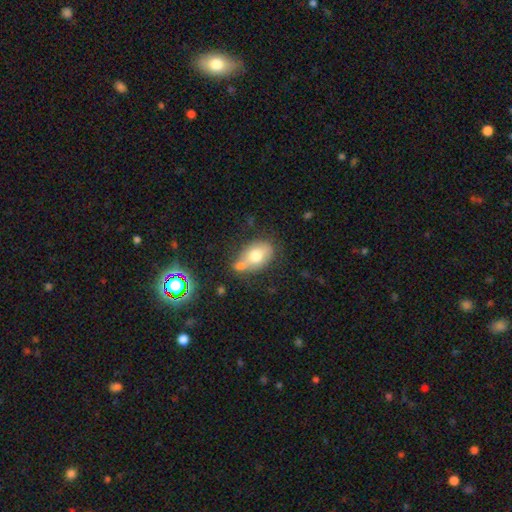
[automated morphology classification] Q: Smooth or featured?
A: smooth (68%); runner-up: featured or disk (23%)
Q: How rounded?
A: in between (79%); runner-up: round (20%)
Q: Merging?
A: none (47%); runner-up: merger (27%)